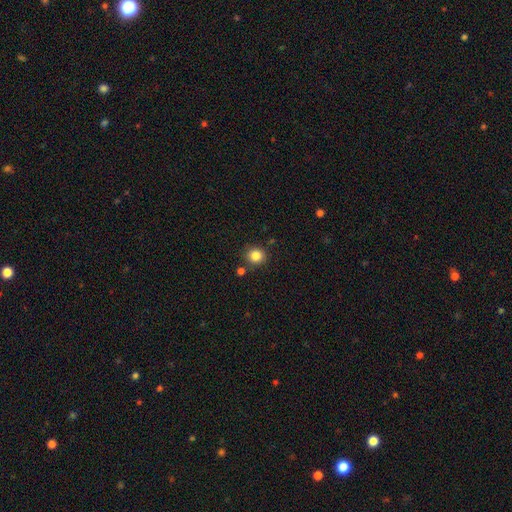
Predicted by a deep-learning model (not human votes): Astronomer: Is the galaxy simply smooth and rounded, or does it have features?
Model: smooth — 85%.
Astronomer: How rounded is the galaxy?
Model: round — 87%.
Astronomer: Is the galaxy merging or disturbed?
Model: none — 83%.